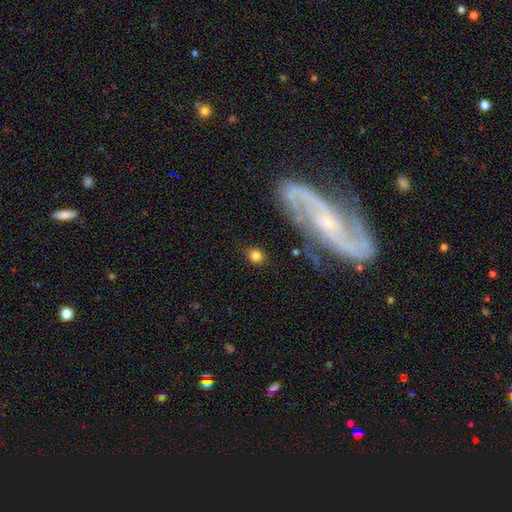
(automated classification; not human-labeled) smooth 79%, star or artifact 11%, featured or disk 10%. Down the decision tree: how rounded — round (75%); merging — none (84%).